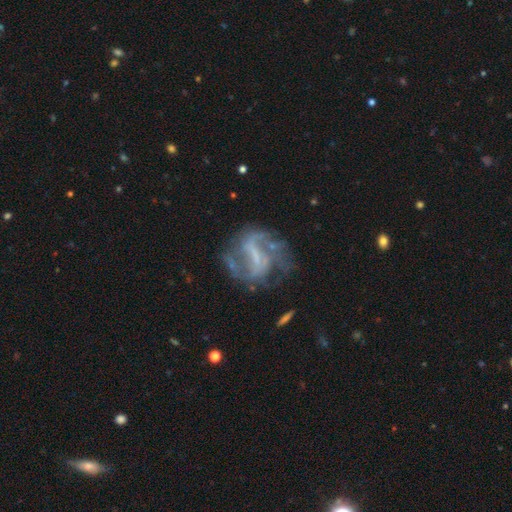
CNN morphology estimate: Smooth or featured? featured or disk (81%)
Edge-on disk? no (97%)
Bar? strong (45%)
Spiral arms? yes (82%)
Spiral winding? medium (43%)
Spiral arm count? 2 (60%)
Bulge size? none (46%)
Merging? none (57%)